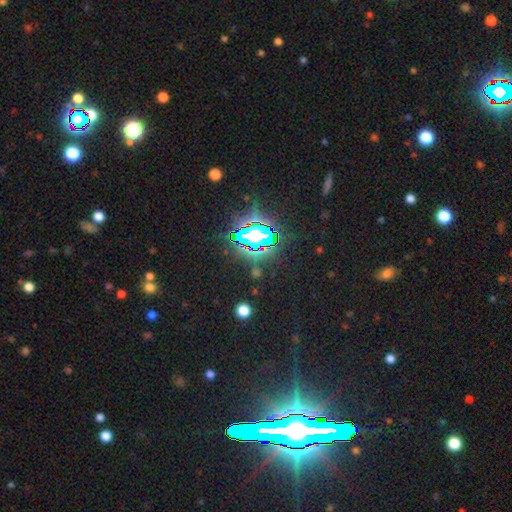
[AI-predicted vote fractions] Smooth or featured? star or artifact (84%)